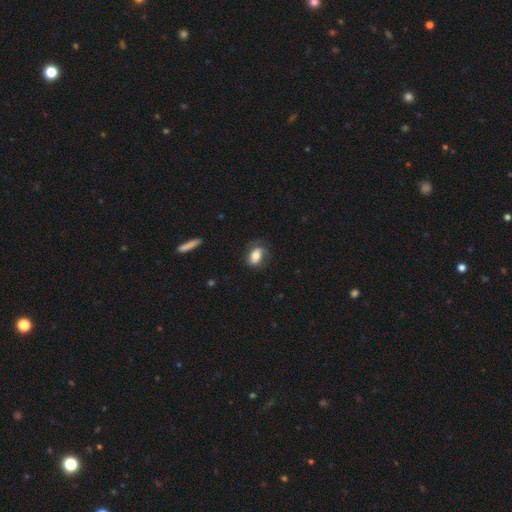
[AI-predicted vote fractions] Smooth or featured? Predicted: smooth (p=0.62). How rounded? Predicted: in between (p=0.78). Merging? Predicted: none (p=0.60).